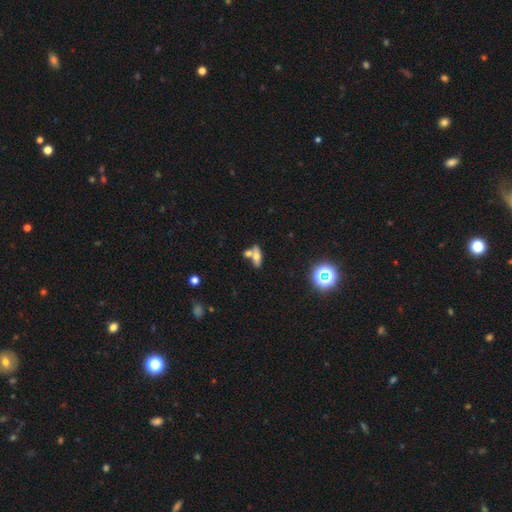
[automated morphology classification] Smooth or featured?
  - smooth: 56% *
  - featured or disk: 30%
  - star or artifact: 14%
How rounded?
  - in between: 63% *
  - cigar-shaped: 30%
  - round: 7%
Merging?
  - none: 44% *
  - merger: 41%
  - minor disturbance: 10%
  - major disturbance: 4%